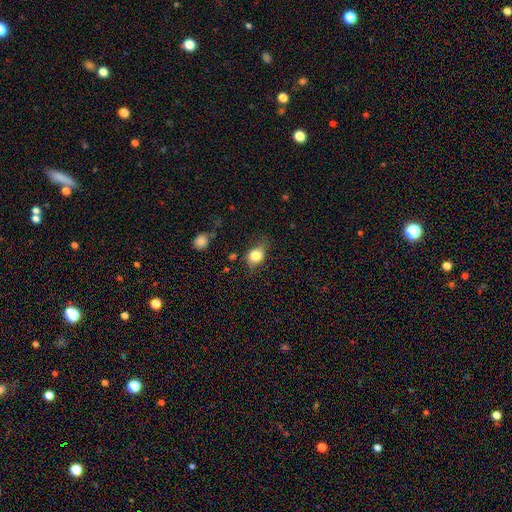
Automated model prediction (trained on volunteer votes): A smooth galaxy with no disk features (79%) that is in between round and cigar-shaped (52%).

Vote fractions:
- Smooth or featured? smooth: 79% / featured or disk: 11% / star or artifact: 10%
- How rounded? in between: 52% / round: 47% / cigar-shaped: 2%
- Merging? none: 62% / minor disturbance: 26% / major disturbance: 9% / merger: 2%